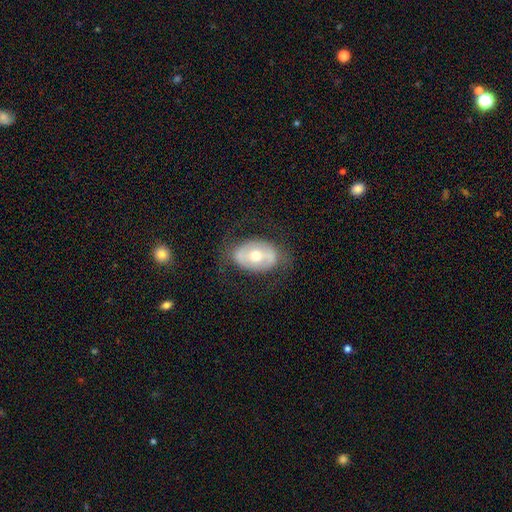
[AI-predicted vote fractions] Smooth or featured? Predicted: featured or disk (p=0.54). Edge-on disk? Predicted: no (p=0.92). Merging? Predicted: none (p=0.71).